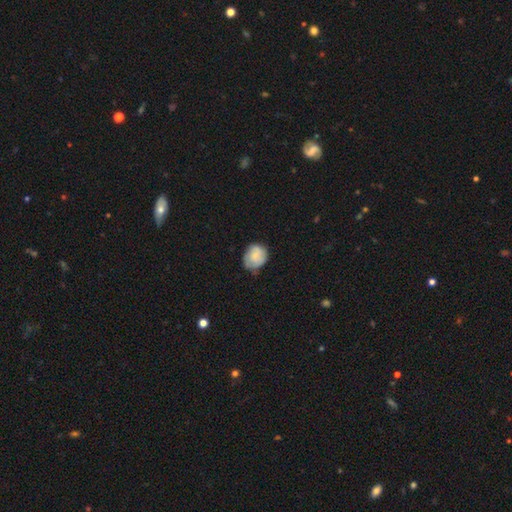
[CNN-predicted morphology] A smooth galaxy with no disk features (69%) that is round (66%).

Vote fractions:
- Smooth or featured? smooth: 69% / featured or disk: 23% / star or artifact: 7%
- How rounded? round: 66% / in between: 33% / cigar-shaped: 1%
- Merging? none: 61% / minor disturbance: 30% / major disturbance: 7% / merger: 2%